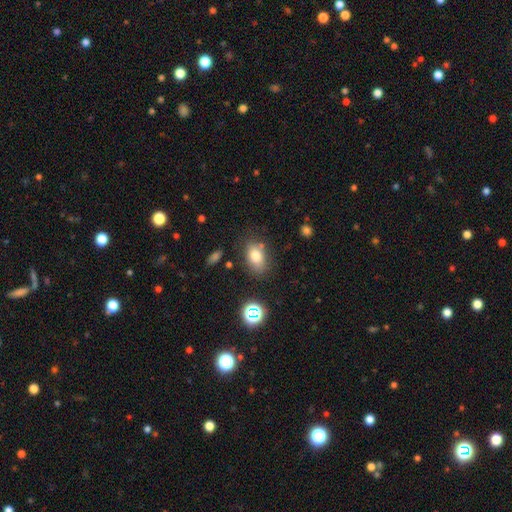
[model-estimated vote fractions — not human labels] Smooth or featured? smooth (78%)
How rounded? in between (83%)
Merging? none (75%)